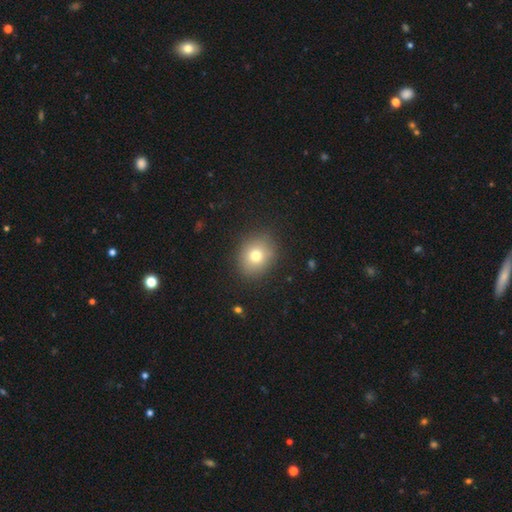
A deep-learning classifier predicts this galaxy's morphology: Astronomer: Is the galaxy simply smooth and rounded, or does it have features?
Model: smooth — 75%.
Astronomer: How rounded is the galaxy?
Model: round — 64%.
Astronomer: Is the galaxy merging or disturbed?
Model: none — 87%.